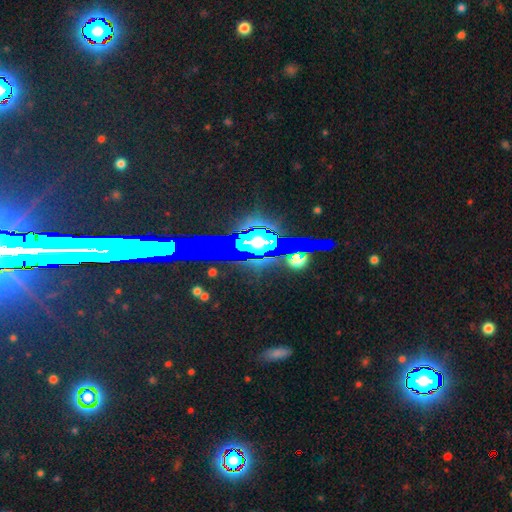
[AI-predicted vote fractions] A star or artifact, not a galaxy (66%).